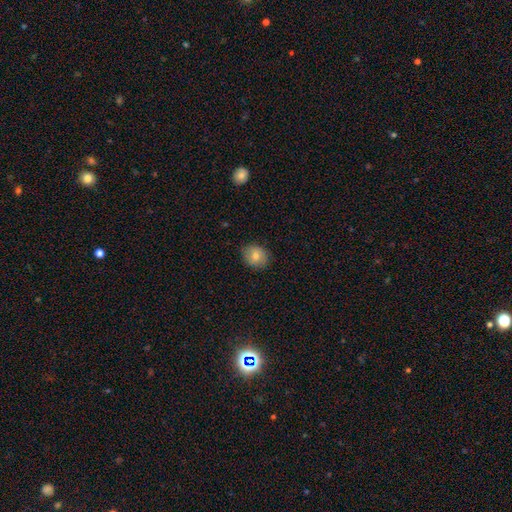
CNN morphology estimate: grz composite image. It shows a smooth galaxy with no disk features (79%) that is round (60%). Merging: none (86%).